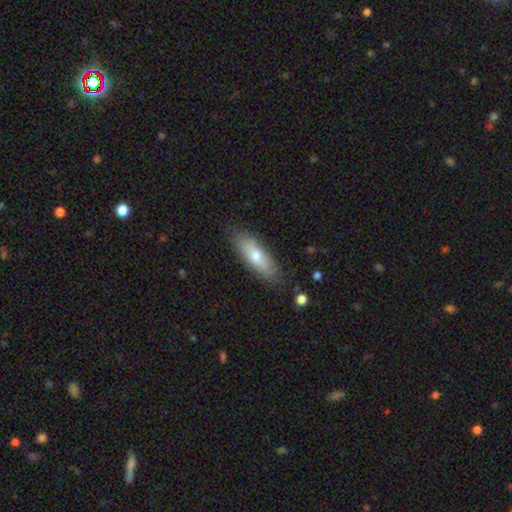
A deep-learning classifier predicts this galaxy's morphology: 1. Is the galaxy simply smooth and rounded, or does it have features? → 66% smooth, 28% featured or disk, 7% star or artifact.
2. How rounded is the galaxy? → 53% in between, 45% cigar-shaped, 2% round.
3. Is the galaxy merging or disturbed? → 84% none, 12% minor disturbance, 3% major disturbance, 1% merger.